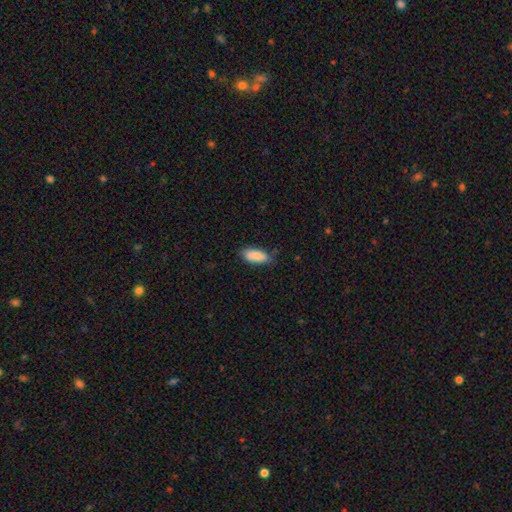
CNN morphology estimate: Q: Smooth or featured?
A: smooth (88%); runner-up: star or artifact (6%)
Q: How rounded?
A: in between (82%); runner-up: cigar-shaped (17%)
Q: Merging?
A: none (71%); runner-up: minor disturbance (23%)